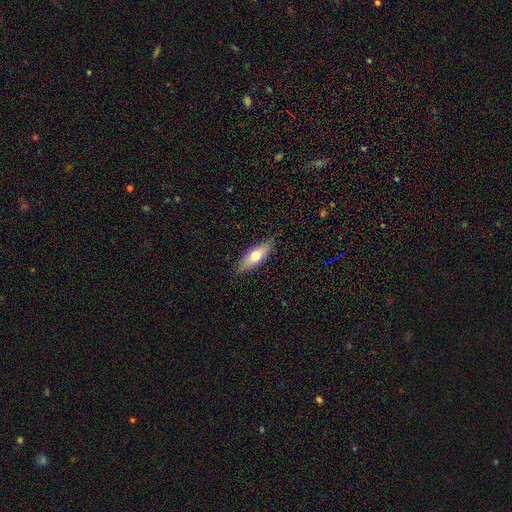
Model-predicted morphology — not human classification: type=smooth (65%); roundness=in between (55%); merging=none (86%).